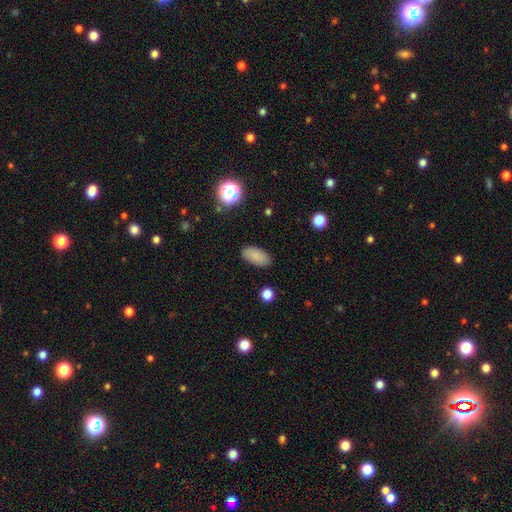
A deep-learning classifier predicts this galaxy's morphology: The model was most divided on "smooth or featured": smooth: 85%, star or artifact: 9%, featured or disk: 6%. More confident: how rounded — in between (92%); merging — none (87%).